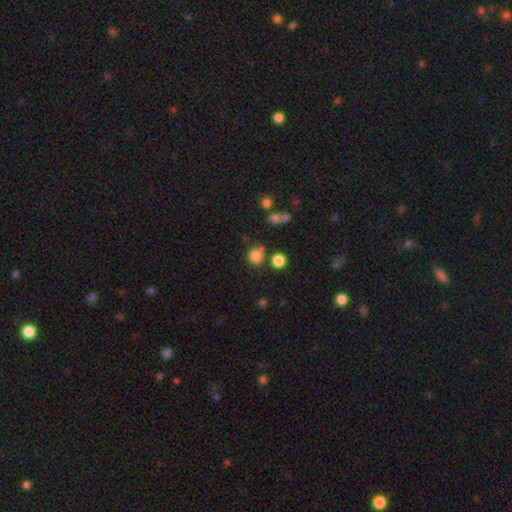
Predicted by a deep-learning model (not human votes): Morphology: type=smooth (81%); roundness=round (87%); merging=none (70%).